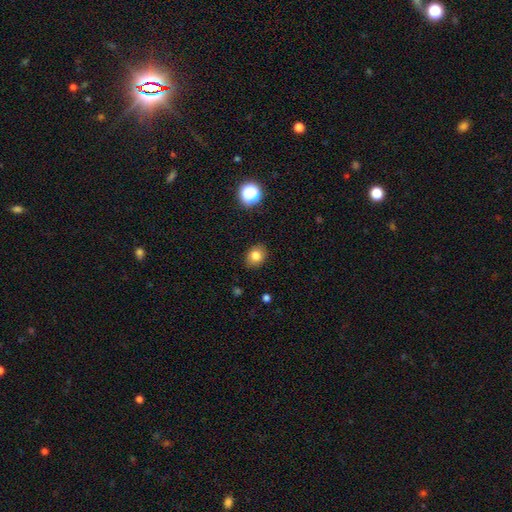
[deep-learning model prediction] This appears to be a smooth galaxy with no disk features (80%) that is round (57%). Merging: none (88%).